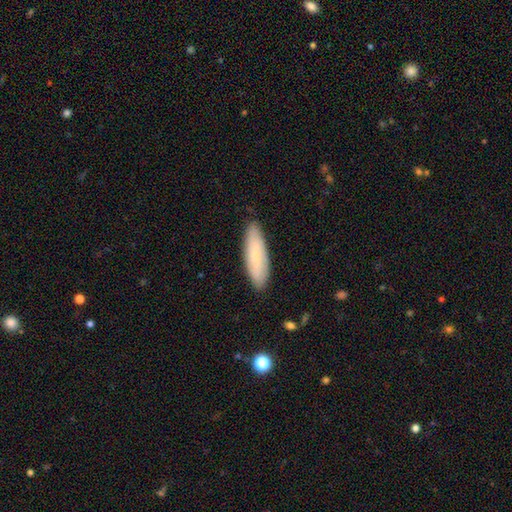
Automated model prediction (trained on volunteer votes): smooth-or-featured: smooth: 71% | featured or disk: 22% | star or artifact: 6%
  how-rounded: cigar-shaped: 58% | in between: 41% | round: 2%
  merging: none: 87% | minor disturbance: 10% | major disturbance: 2% | merger: 1%